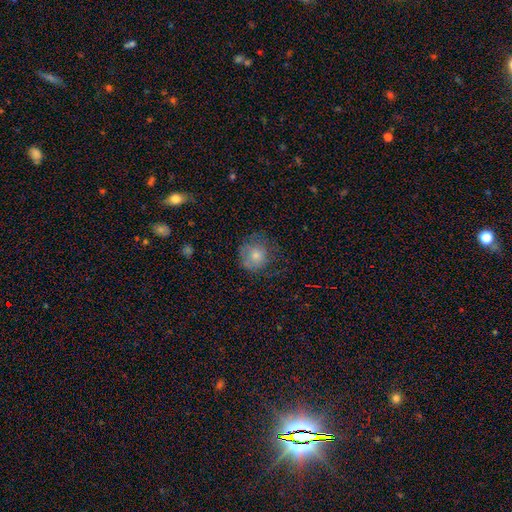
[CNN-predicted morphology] The model was most divided on "merging": none: 56%, minor disturbance: 24%, major disturbance: 18%, merger: 2%. More confident: how rounded — round (86%); smooth or featured — smooth (74%).